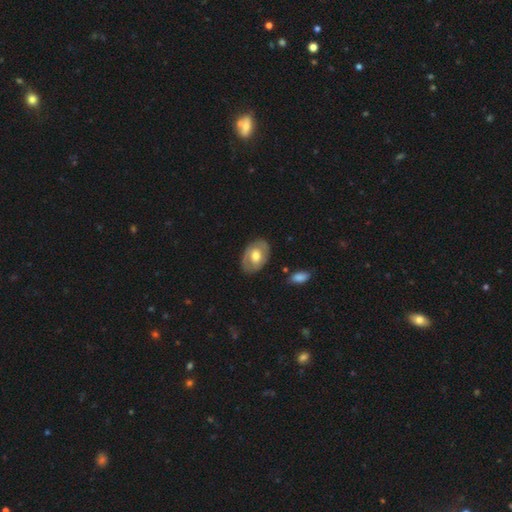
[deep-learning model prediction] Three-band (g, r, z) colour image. It shows a featured or disk galaxy (51%). Merging: none (80%).